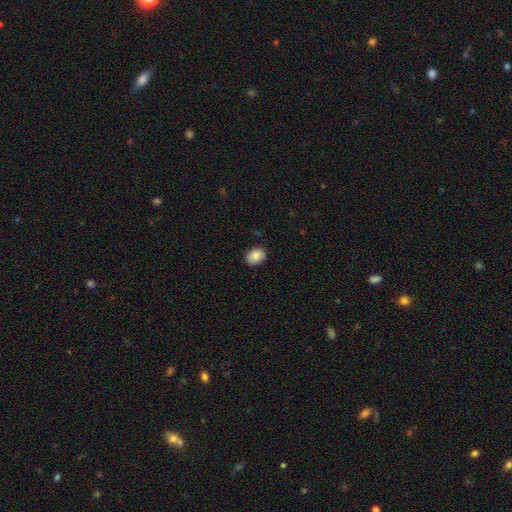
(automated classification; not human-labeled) smooth_or_featured: smooth (p=0.87) [alt: star or artifact p=0.08]
how_rounded: in between (p=0.61) [alt: round p=0.38]
merging: none (p=0.84) [alt: minor disturbance p=0.13]